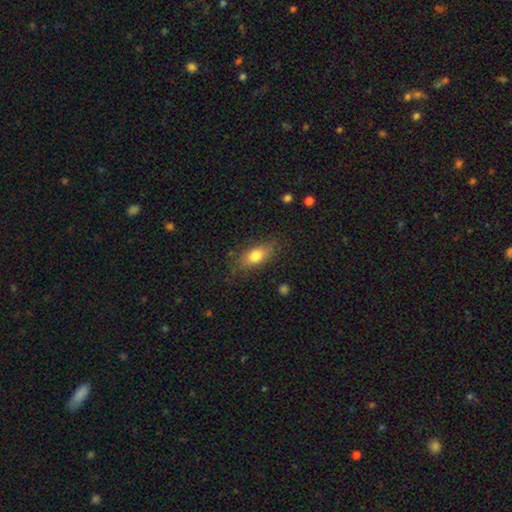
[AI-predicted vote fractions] The model was most divided on "smooth or featured": smooth: 76%, featured or disk: 17%, star or artifact: 7%. More confident: how rounded — in between (81%); merging — none (76%).